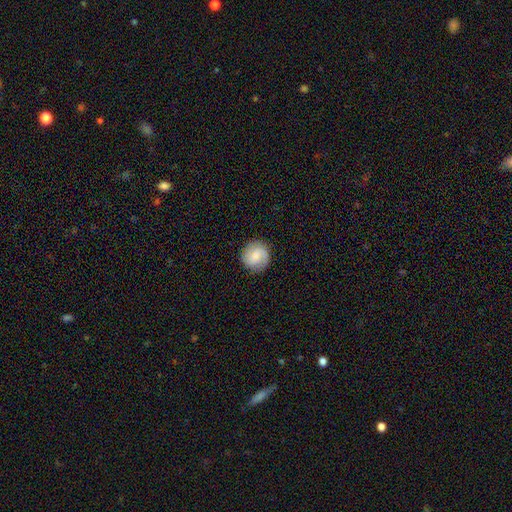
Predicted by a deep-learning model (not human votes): Smooth or featured: smooth — 50% (featured or disk — 43%)
Merging: none — 87% (minor disturbance — 9%)